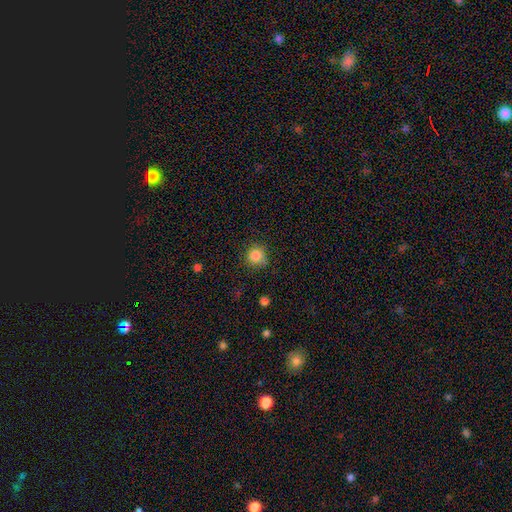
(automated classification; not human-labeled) smooth 85%, star or artifact 11%, featured or disk 4%. Down the decision tree: how rounded — round (90%); merging — none (78%).